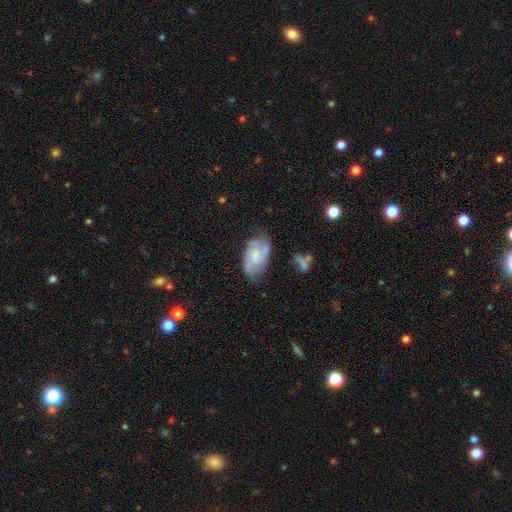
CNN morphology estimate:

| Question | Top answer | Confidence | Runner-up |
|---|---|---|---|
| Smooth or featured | featured or disk | 75% | smooth (19%) |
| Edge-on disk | no | 97% | yes (3%) |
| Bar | no | 46% | weak (45%) |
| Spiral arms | yes | 93% | no (7%) |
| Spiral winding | medium | 47% | tight (40%) |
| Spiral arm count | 2 | 61% | can't tell (16%) |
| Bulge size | small | 41% | moderate (29%) |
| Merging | none | 62% | minor disturbance (25%) |